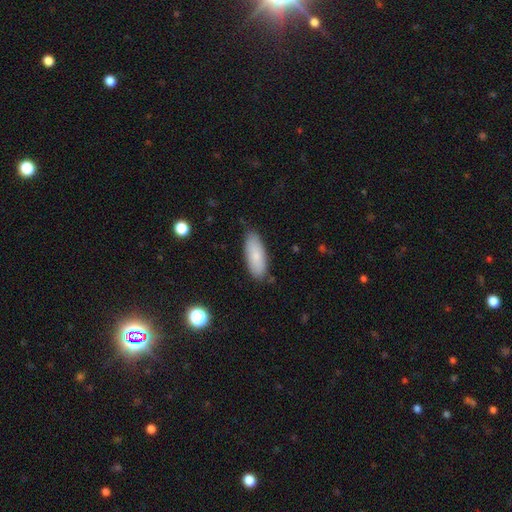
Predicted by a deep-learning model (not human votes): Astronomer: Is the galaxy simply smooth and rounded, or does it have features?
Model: smooth — 80%.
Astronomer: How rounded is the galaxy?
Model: in between — 73%.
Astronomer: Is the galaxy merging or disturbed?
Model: none — 79%.